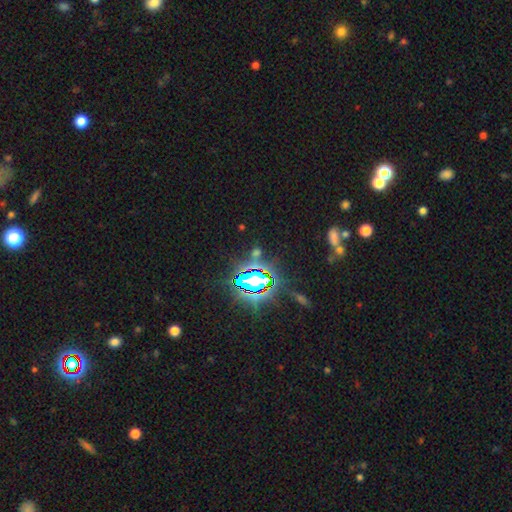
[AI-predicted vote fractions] Smooth or featured: star or artifact — 77% (smooth — 13%)